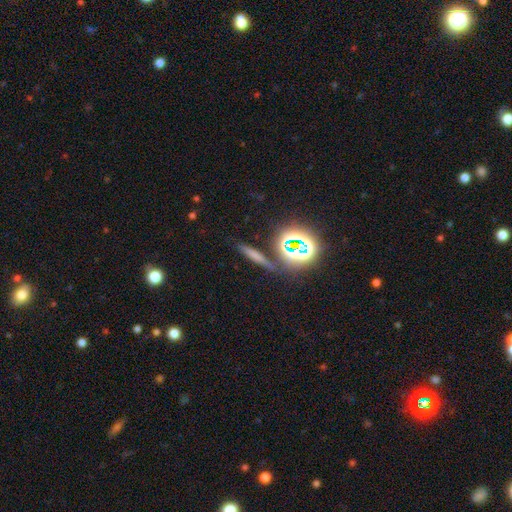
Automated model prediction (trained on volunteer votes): Smooth or featured?
  - smooth: 54% *
  - star or artifact: 29%
  - featured or disk: 18%
How rounded?
  - cigar-shaped: 80% *
  - in between: 11%
  - round: 9%
Merging?
  - none: 80% *
  - minor disturbance: 10%
  - merger: 6%
  - major disturbance: 4%